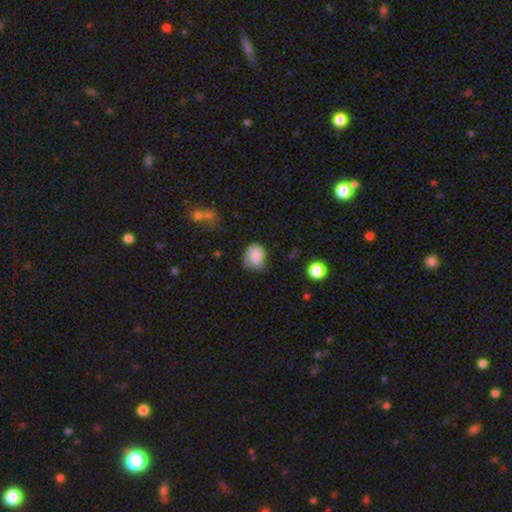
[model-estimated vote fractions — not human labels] The model was most divided on "merging": none: 44%, minor disturbance: 32%, major disturbance: 21%, merger: 3%. More confident: how rounded — in between (59%); smooth or featured — smooth (52%).